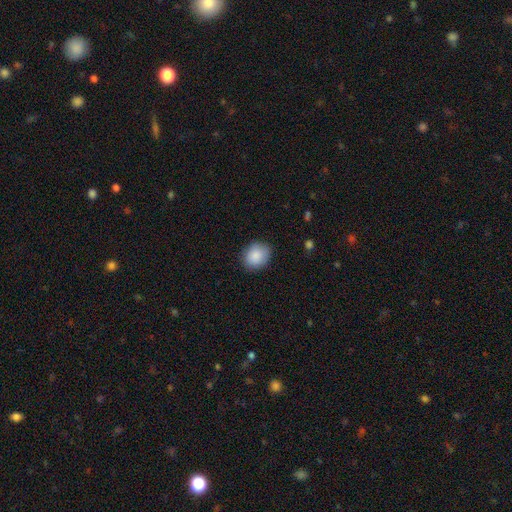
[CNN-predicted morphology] A smooth galaxy with no disk features (88%) that is round (59%).

Vote fractions:
- Smooth or featured? smooth: 88% / star or artifact: 7% / featured or disk: 5%
- How rounded? round: 59% / in between: 40% / cigar-shaped: 1%
- Merging? none: 84% / minor disturbance: 12% / major disturbance: 3% / merger: 1%